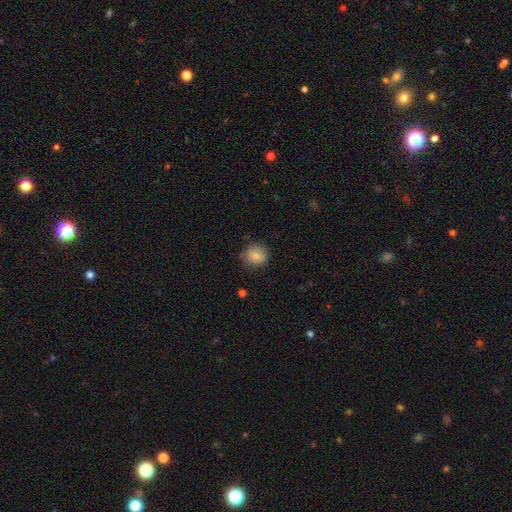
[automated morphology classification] Smooth or featured? smooth (80%)
How rounded? round (87%)
Merging? none (80%)